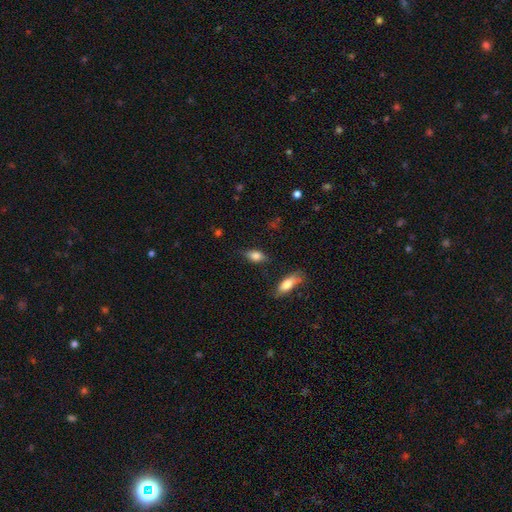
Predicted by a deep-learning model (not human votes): Smooth or featured? Predicted: smooth (p=0.80). How rounded? Predicted: in between (p=0.83). Merging? Predicted: none (p=0.74).